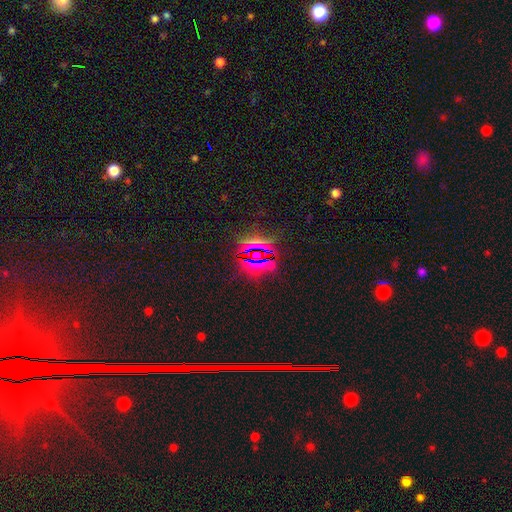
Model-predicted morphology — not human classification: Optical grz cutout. It shows a star or artifact, not a galaxy (77%).